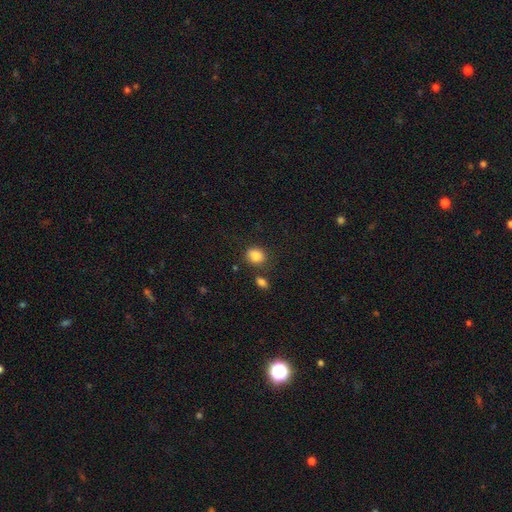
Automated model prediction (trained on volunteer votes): Morphology: type=smooth (85%); roundness=round (59%); merging=none (73%).